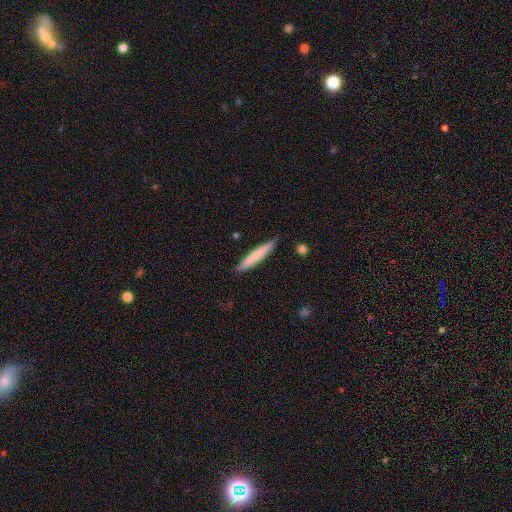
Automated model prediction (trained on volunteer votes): smooth 75%, featured or disk 19%, star or artifact 5%. Down the decision tree: how rounded — cigar-shaped (95%); merging — none (89%).